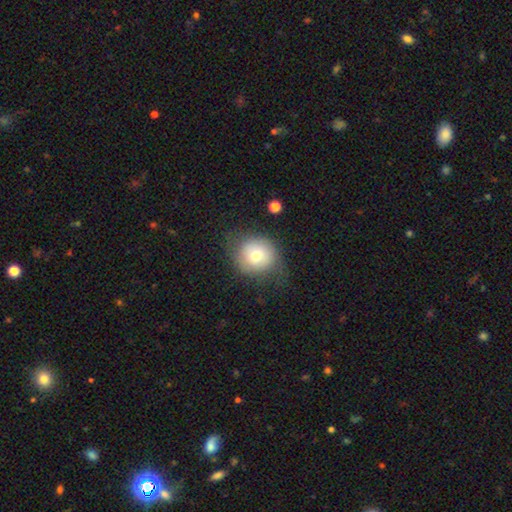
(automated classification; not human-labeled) Morphology: type=smooth (69%); roundness=round (86%); merging=none (66%).